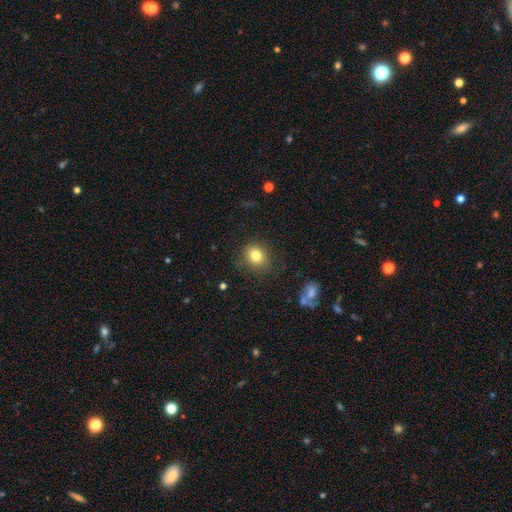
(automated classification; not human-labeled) smooth_or_featured: smooth (p=0.81) [alt: star or artifact p=0.11]
how_rounded: round (p=0.68) [alt: in between p=0.31]
merging: none (p=0.82) [alt: minor disturbance p=0.13]